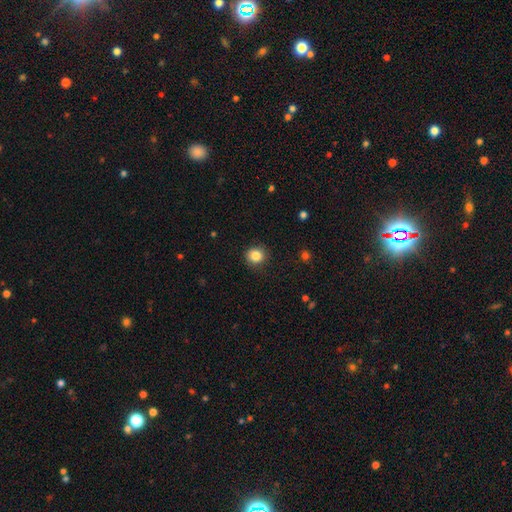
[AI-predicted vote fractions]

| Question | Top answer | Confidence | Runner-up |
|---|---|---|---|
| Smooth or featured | smooth | 84% | star or artifact (11%) |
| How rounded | round | 89% | in between (10%) |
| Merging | none | 88% | minor disturbance (8%) |